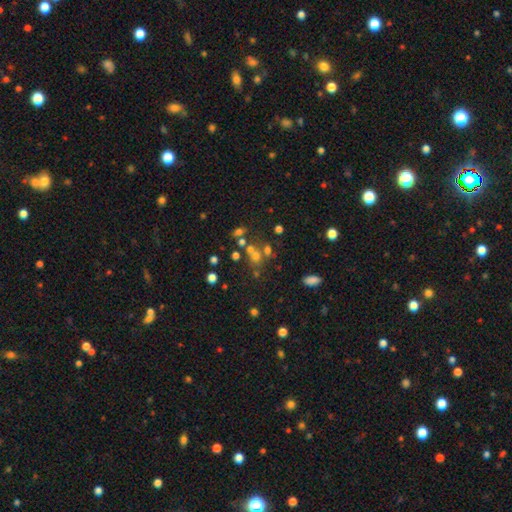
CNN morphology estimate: Smooth or featured? Predicted: smooth (p=0.53). How rounded? Predicted: round (p=0.69). Merging? Predicted: none (p=0.46).